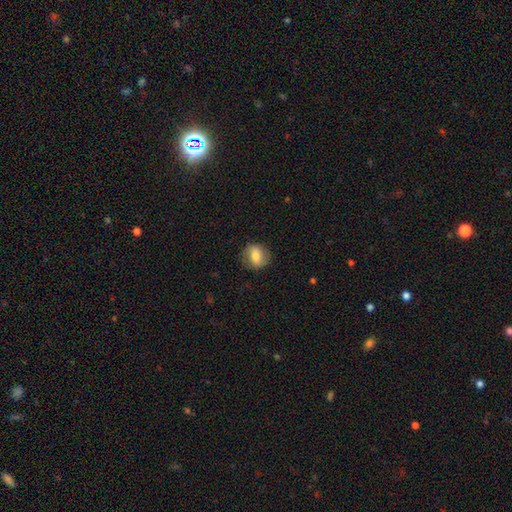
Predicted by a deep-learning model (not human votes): Morphology: type=smooth (66%); roundness=round (62%); merging=none (82%).